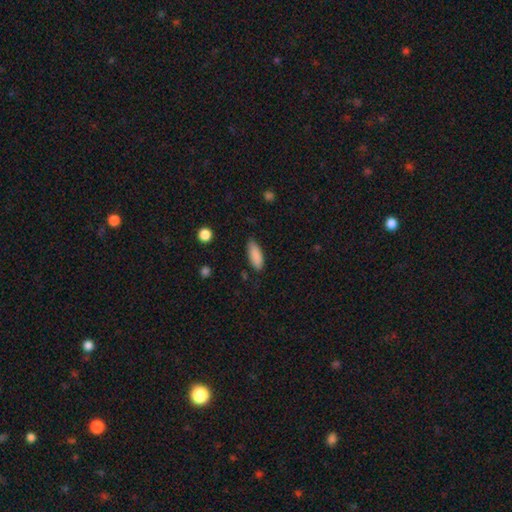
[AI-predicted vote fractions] smooth 89%, star or artifact 6%, featured or disk 5%. Down the decision tree: how rounded — in between (76%); merging — none (80%).